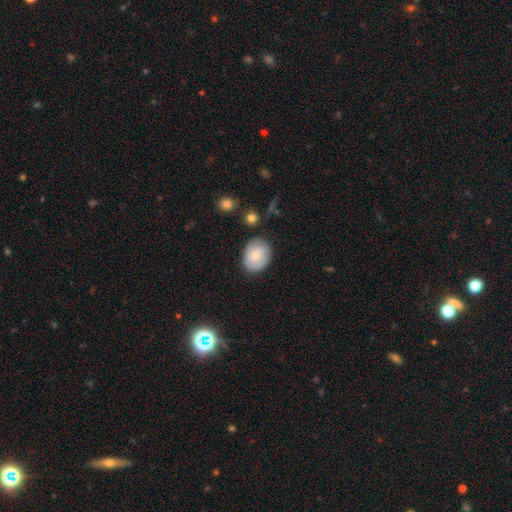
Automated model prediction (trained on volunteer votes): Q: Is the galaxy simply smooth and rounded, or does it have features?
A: smooth — 63%.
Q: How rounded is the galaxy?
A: in between — 53%.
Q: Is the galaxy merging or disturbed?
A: none — 80%.